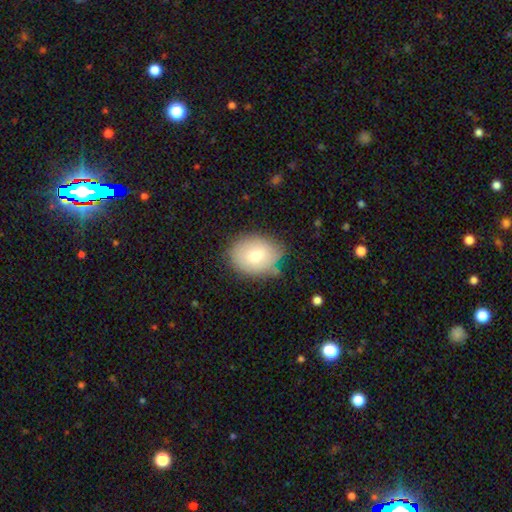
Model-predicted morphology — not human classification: A smooth galaxy with no disk features (75%) that is in between round and cigar-shaped (67%). Merging: none (77%).